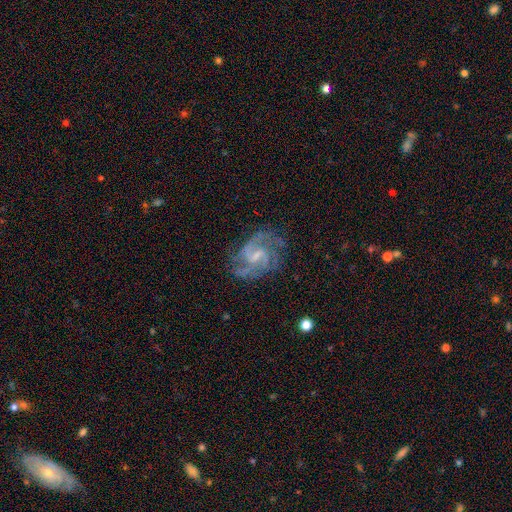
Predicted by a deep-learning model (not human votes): Smooth or featured?
  - featured or disk: 89% *
  - star or artifact: 6%
  - smooth: 5%
Edge-on disk?
  - no: 98% *
  - yes: 2%
Bar?
  - weak: 61% *
  - no: 21%
  - strong: 18%
Spiral arms?
  - yes: 97% *
  - no: 3%
Spiral winding?
  - medium: 57% *
  - tight: 24%
  - loose: 19%
Spiral arm count?
  - 2: 61% *
  - 3: 17%
  - can't tell: 11%
  - 4: 4%
  - 1: 4%
  - more than 4: 4%
Bulge size?
  - small: 56% *
  - moderate: 22%
  - none: 20%
  - large: 1%
  - dominant: 1%
Merging?
  - none: 67% *
  - minor disturbance: 19%
  - major disturbance: 12%
  - merger: 2%